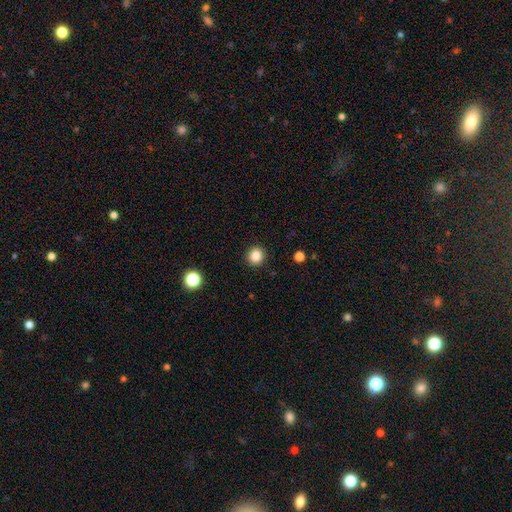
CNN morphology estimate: Smooth or featured? Predicted: smooth (p=0.85). How rounded? Predicted: round (p=0.91). Merging? Predicted: none (p=0.92).